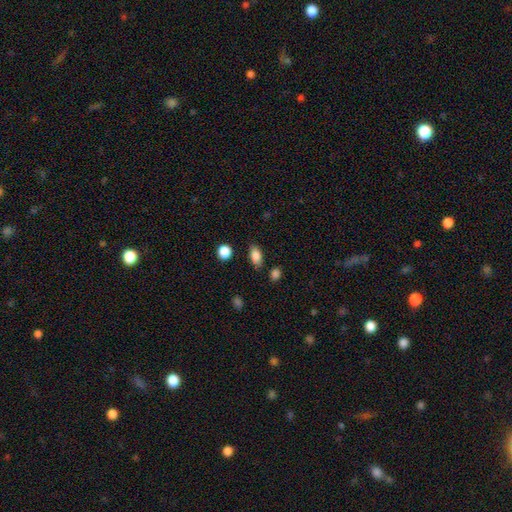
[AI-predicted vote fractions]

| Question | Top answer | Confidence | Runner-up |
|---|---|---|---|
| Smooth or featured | smooth | 85% | star or artifact (9%) |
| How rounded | in between | 87% | round (10%) |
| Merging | none | 82% | minor disturbance (12%) |